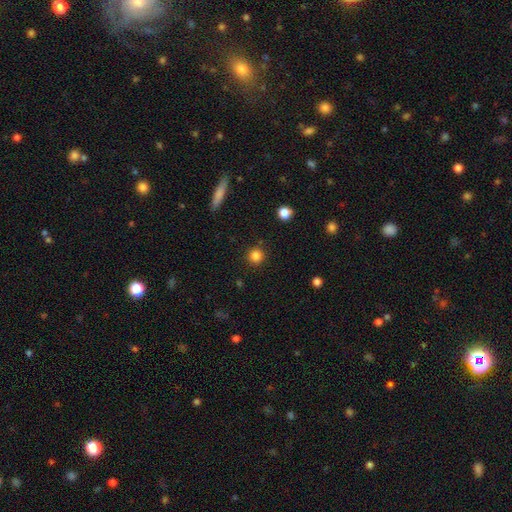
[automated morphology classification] Smooth or featured? Predicted: smooth (p=0.84). How rounded? Predicted: round (p=0.94). Merging? Predicted: none (p=0.89).